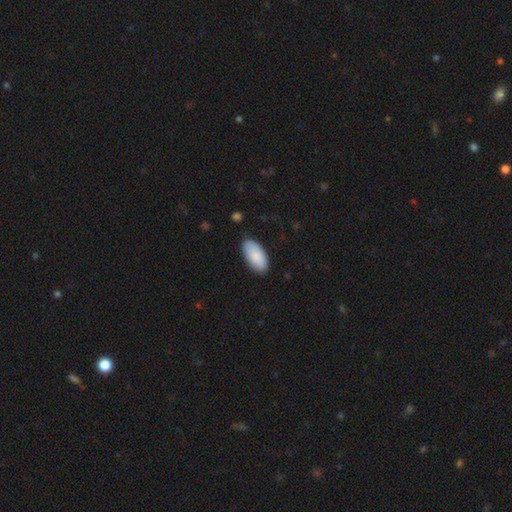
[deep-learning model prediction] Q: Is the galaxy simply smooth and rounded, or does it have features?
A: smooth — 89%.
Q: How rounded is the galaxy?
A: in between — 95%.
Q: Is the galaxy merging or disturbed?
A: none — 83%.